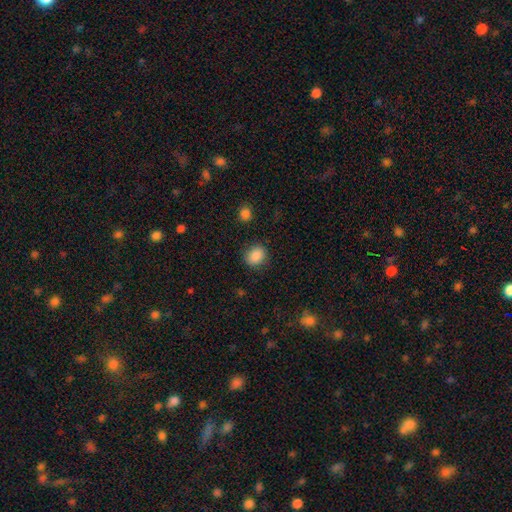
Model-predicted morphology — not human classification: A smooth galaxy with no disk features (86%) that is round (58%). Merging: none (82%).